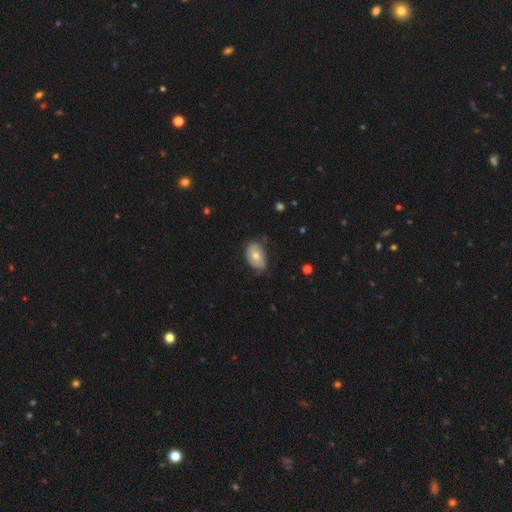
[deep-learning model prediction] Smooth or featured?
  - smooth: 62% *
  - featured or disk: 31%
  - star or artifact: 8%
How rounded?
  - in between: 86% *
  - round: 13%
  - cigar-shaped: 1%
Merging?
  - none: 61% *
  - minor disturbance: 31%
  - major disturbance: 6%
  - merger: 1%